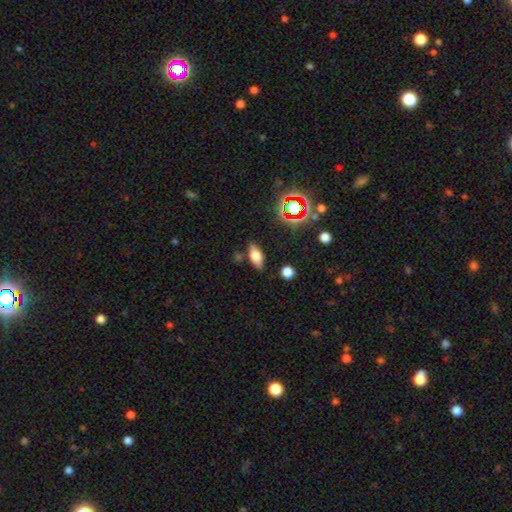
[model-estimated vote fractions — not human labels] smooth_or_featured: smooth (p=0.64) [alt: featured or disk p=0.23]
how_rounded: in between (p=0.79) [alt: cigar-shaped p=0.16]
merging: none (p=0.80) [alt: minor disturbance p=0.13]